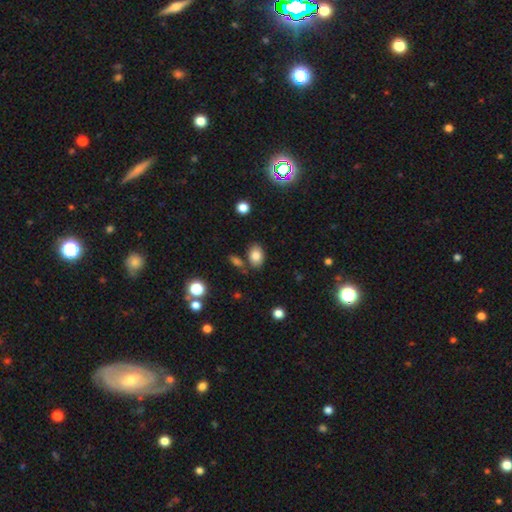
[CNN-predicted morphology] Smooth or featured? Predicted: smooth (p=0.83). How rounded? Predicted: in between (p=0.82). Merging? Predicted: none (p=0.76).